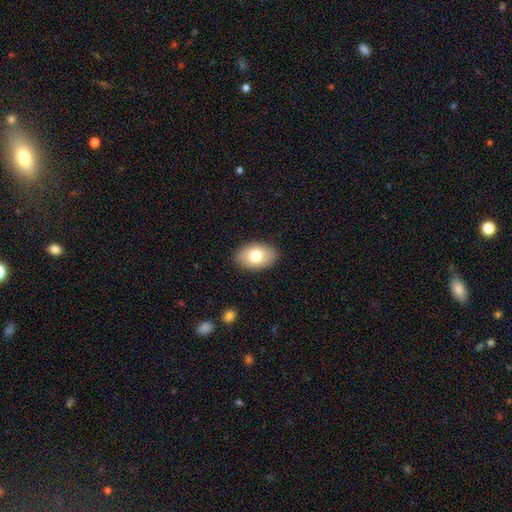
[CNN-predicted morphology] A smooth galaxy with no disk features (77%) that is in between round and cigar-shaped (90%). Merging: none (89%).